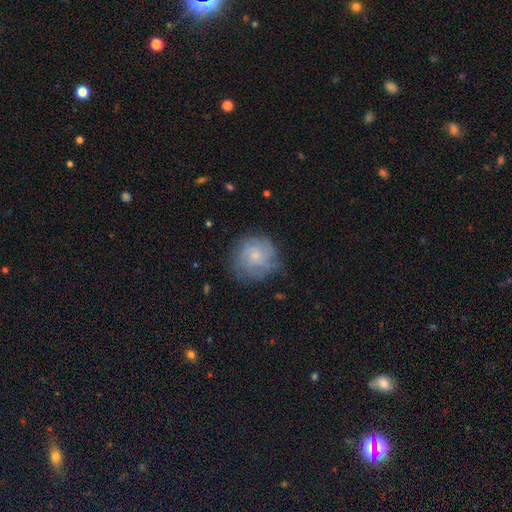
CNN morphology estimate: A featured or disk galaxy (48%). Merging: none (72%).